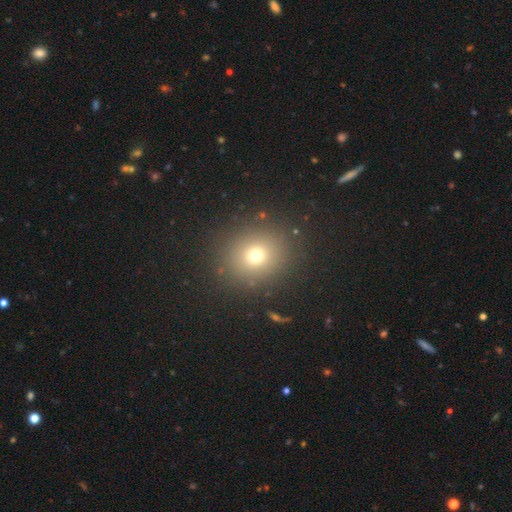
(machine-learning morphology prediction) A smooth galaxy with no disk features (70%) that is round (81%).

Vote fractions:
- Smooth or featured? smooth: 70% / star or artifact: 20% / featured or disk: 10%
- How rounded? round: 81% / in between: 18% / cigar-shaped: 1%
- Merging? none: 87% / minor disturbance: 7% / major disturbance: 4% / merger: 2%